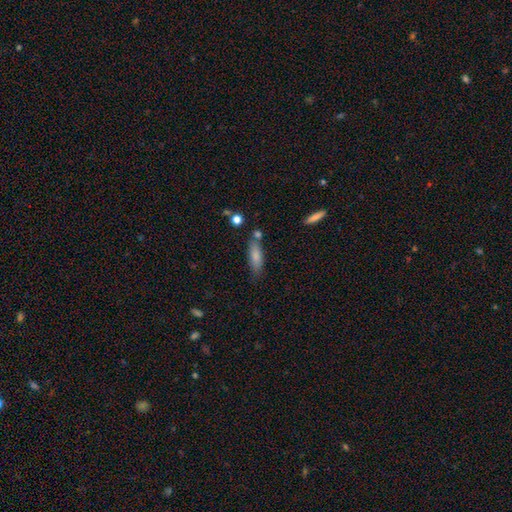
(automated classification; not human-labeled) A smooth galaxy with no disk features (80%) that is in between round and cigar-shaped (51%).

Vote fractions:
- Smooth or featured? smooth: 80% / featured or disk: 13% / star or artifact: 7%
- How rounded? in between: 51% / cigar-shaped: 47% / round: 2%
- Merging? none: 67% / minor disturbance: 17% / merger: 11% / major disturbance: 4%